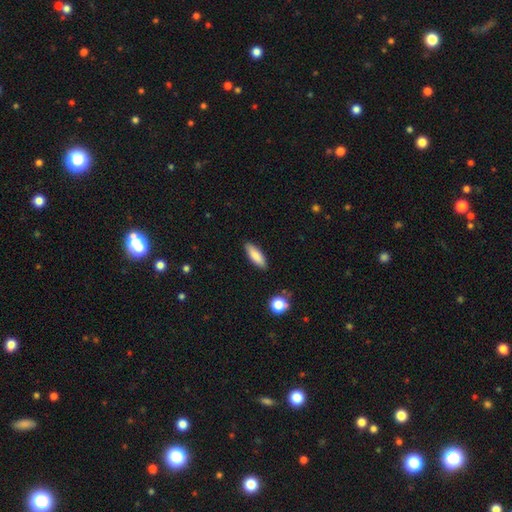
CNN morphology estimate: Overall: smooth (84%). How rounded: in between (54%; cigar-shaped 44%). Merging: none (88%).